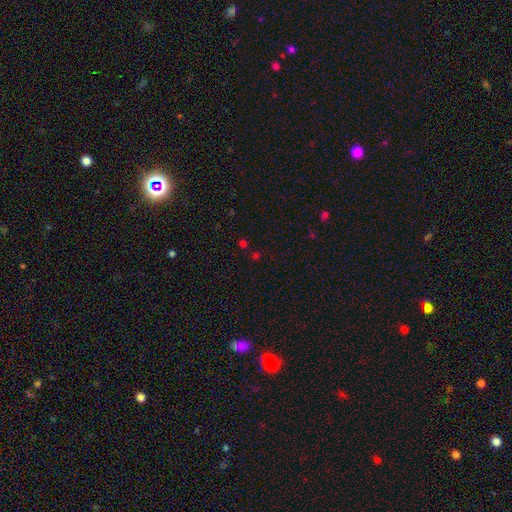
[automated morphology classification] This appears to be a star or artifact, not a galaxy (49%).